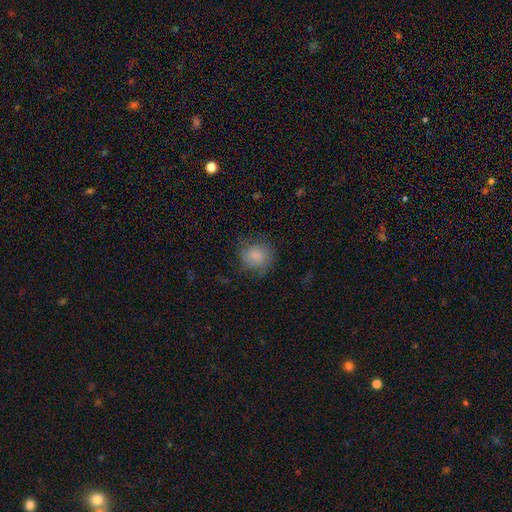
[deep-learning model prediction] A smooth galaxy with no disk features (81%) that is round (82%). Merging: none (68%).